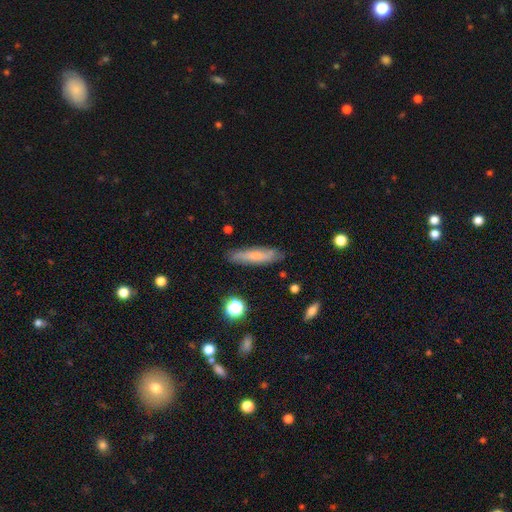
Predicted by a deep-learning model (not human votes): This appears to be a smooth galaxy with no disk features (61%) that is cigar-shaped (78%). Merging: none (82%).